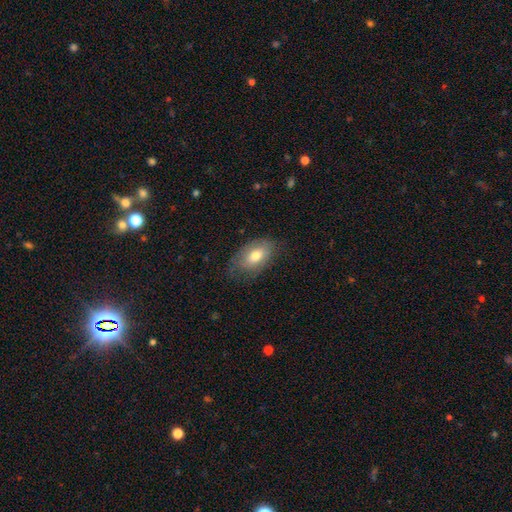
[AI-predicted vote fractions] This appears to be a smooth galaxy with no disk features (71%) that is in between round and cigar-shaped (91%). Merging: none (68%).